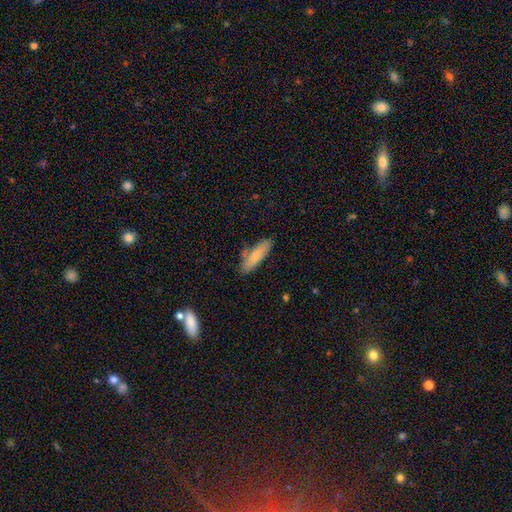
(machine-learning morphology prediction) smooth_or_featured: smooth (p=0.75) [alt: featured or disk p=0.18]
how_rounded: cigar-shaped (p=0.50) [alt: in between p=0.48]
merging: none (p=0.73) [alt: minor disturbance p=0.19]